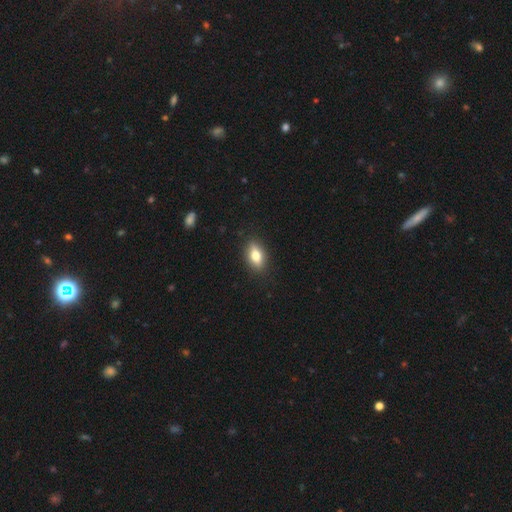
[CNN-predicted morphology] This appears to be a smooth galaxy with no disk features (65%) that is in between round and cigar-shaped (78%). Merging: none (87%).